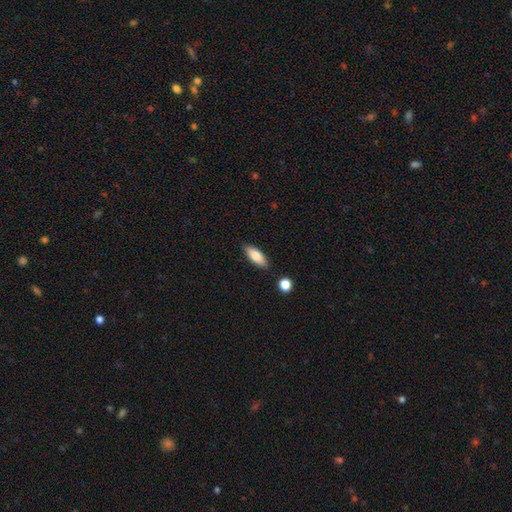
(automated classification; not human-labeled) Q: Smooth or featured?
A: smooth (81%); runner-up: featured or disk (13%)
Q: How rounded?
A: in between (72%); runner-up: cigar-shaped (26%)
Q: Merging?
A: none (85%); runner-up: minor disturbance (10%)